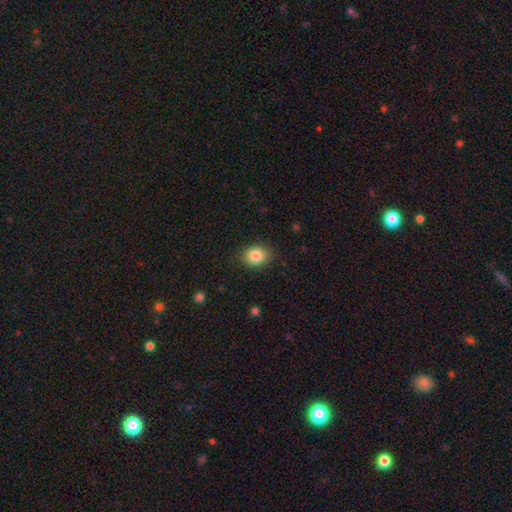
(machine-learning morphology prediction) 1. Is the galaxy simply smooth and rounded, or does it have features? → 85% smooth, 9% star or artifact, 6% featured or disk.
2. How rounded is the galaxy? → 56% round, 43% in between, 1% cigar-shaped.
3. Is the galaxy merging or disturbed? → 87% none, 9% minor disturbance, 2% major disturbance, 1% merger.